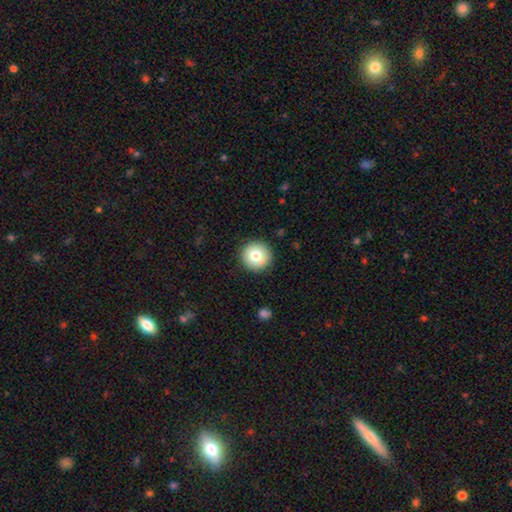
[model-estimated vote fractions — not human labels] This appears to be a smooth galaxy with no disk features (79%) that is round (96%). Merging: none (91%).